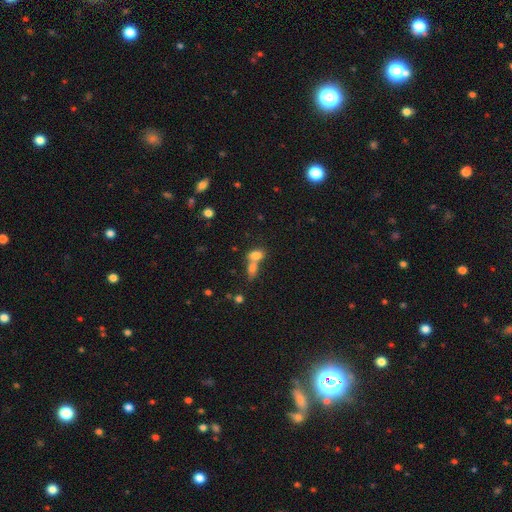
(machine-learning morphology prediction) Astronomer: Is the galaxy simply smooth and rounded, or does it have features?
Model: smooth — 77%.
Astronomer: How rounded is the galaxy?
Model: in between — 79%.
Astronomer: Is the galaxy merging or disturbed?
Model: merger — 67%.